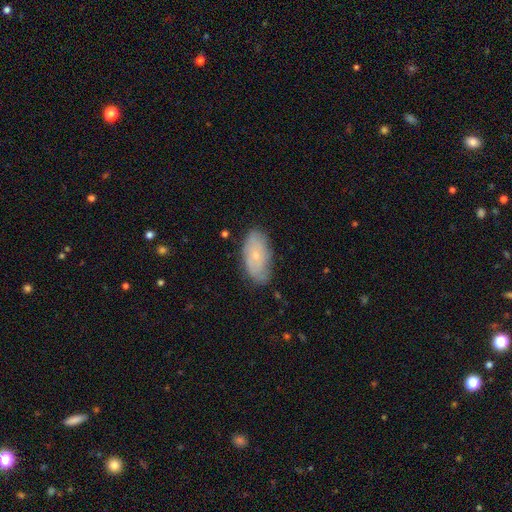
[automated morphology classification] Overall: smooth (53%; featured or disk 40%). How rounded: in between (93%). Merging: none (73%).